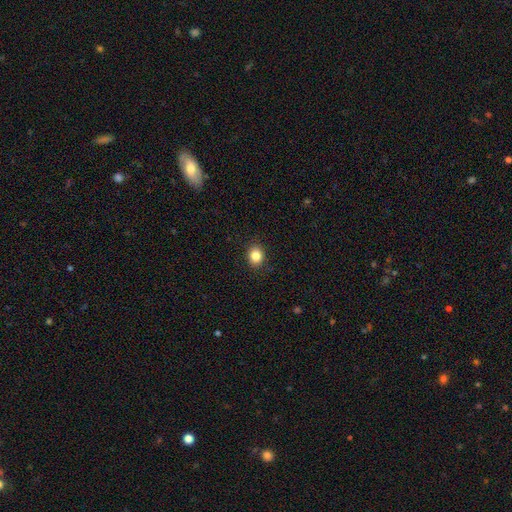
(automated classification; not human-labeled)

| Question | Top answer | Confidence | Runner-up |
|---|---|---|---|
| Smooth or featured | smooth | 83% | star or artifact (11%) |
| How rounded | round | 64% | in between (35%) |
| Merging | none | 90% | minor disturbance (7%) |